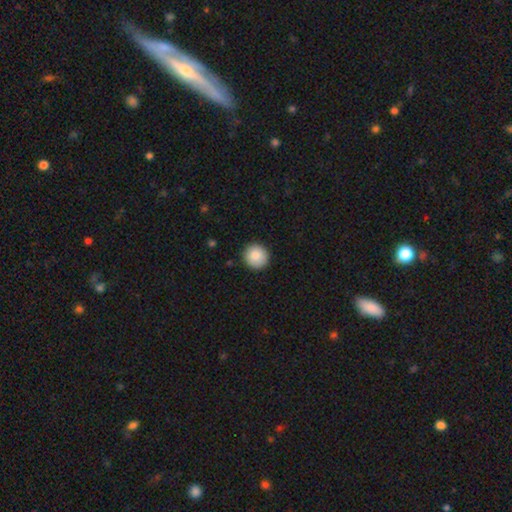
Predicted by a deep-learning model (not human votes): A smooth galaxy with no disk features (86%) that is round (93%). Merging: none (91%).